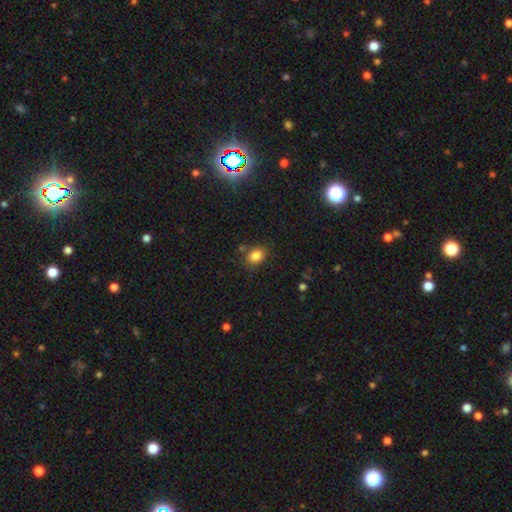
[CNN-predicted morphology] Smooth or featured? Predicted: smooth (p=0.84). How rounded? Predicted: in between (p=0.70). Merging? Predicted: none (p=0.77).